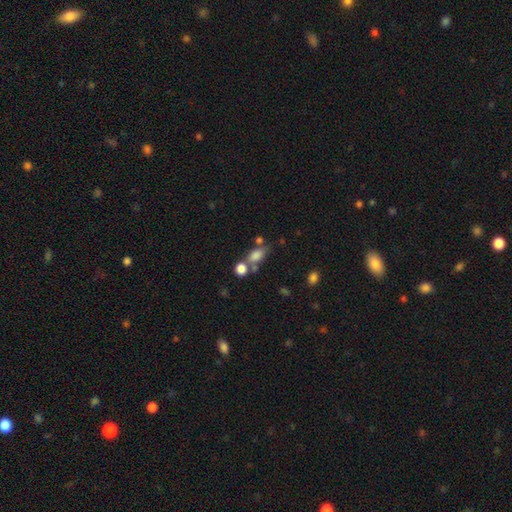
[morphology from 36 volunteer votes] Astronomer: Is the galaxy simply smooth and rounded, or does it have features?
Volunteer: smooth — 72%.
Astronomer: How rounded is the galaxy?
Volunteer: in between — 85%.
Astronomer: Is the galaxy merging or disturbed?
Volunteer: none — 49%.